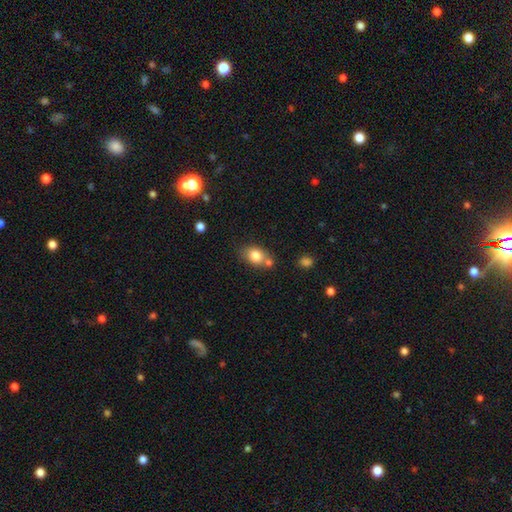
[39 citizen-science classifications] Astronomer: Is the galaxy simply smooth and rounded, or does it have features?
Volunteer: smooth — 90%.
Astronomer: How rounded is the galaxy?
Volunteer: in between — 69%.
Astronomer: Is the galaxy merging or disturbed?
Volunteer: none — 47% (runner-up: merger, 39%).